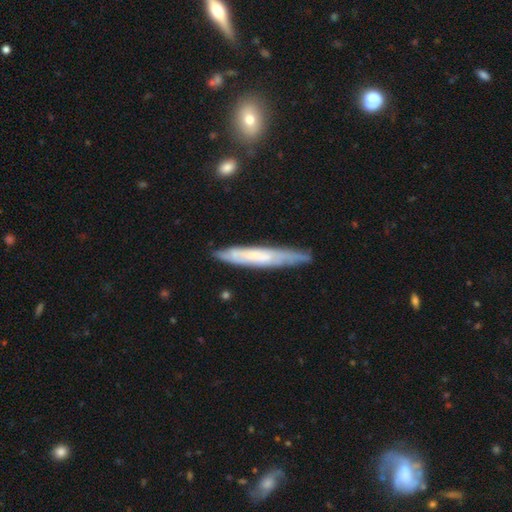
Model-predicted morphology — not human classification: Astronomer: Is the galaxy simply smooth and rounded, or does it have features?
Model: featured or disk — 55% (runner-up: smooth, 40%).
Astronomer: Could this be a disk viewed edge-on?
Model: yes — 70%.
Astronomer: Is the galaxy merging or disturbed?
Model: none — 77%.